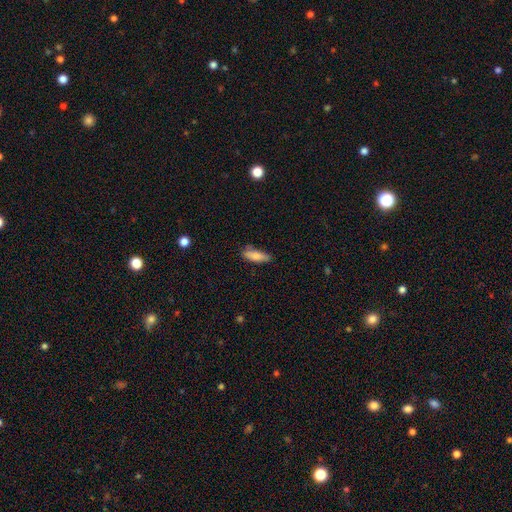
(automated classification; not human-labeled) A smooth galaxy with no disk features (80%) that is in between round and cigar-shaped (55%).

Vote fractions:
- Smooth or featured? smooth: 80% / featured or disk: 13% / star or artifact: 7%
- How rounded? in between: 55% / cigar-shaped: 43% / round: 2%
- Merging? none: 74% / minor disturbance: 20% / major disturbance: 4% / merger: 3%